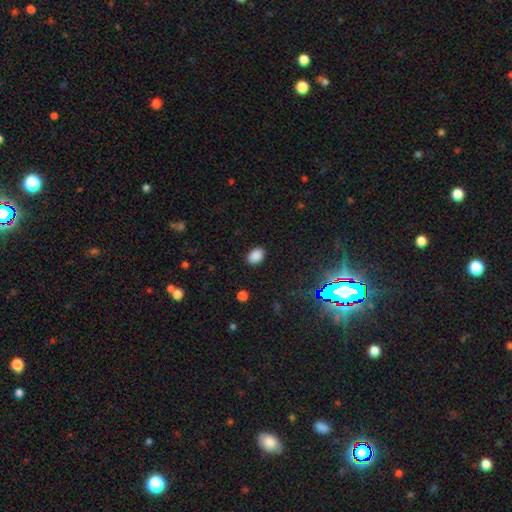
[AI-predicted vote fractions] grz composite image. It shows a smooth galaxy with no disk features (87%) that is in between round and cigar-shaped (78%). Merging: none (88%).